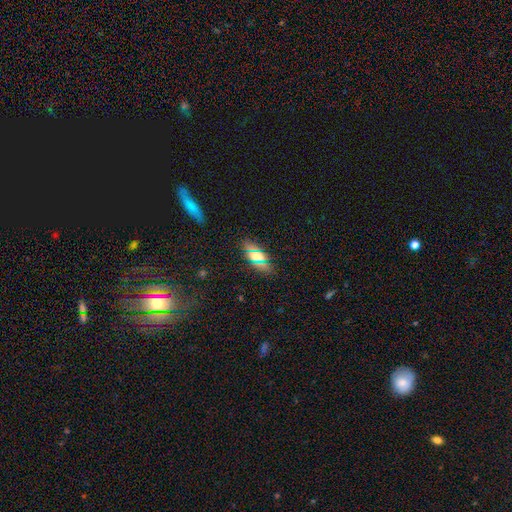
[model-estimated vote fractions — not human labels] Smooth or featured? Predicted: smooth (p=0.65). How rounded? Predicted: in between (p=0.81). Merging? Predicted: none (p=0.87).